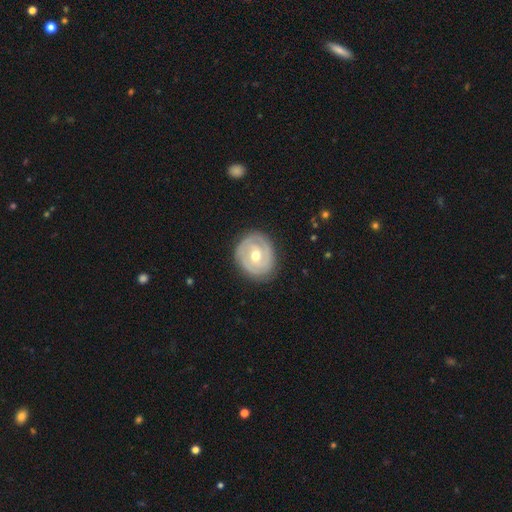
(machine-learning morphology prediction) Smooth or featured? featured or disk (81%)
Edge-on disk? no (97%)
Bar? no (55%)
Spiral arms? yes (87%)
Spiral winding? tight (75%)
Spiral arm count? 2 (56%)
Bulge size? moderate (74%)
Merging? none (83%)